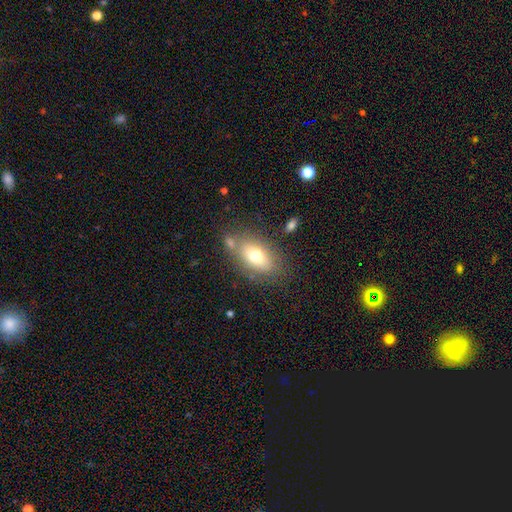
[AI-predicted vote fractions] Smooth or featured?
  - smooth: 71% *
  - featured or disk: 20%
  - star or artifact: 9%
How rounded?
  - in between: 87% *
  - round: 10%
  - cigar-shaped: 4%
Merging?
  - none: 67% *
  - minor disturbance: 16%
  - merger: 11%
  - major disturbance: 6%